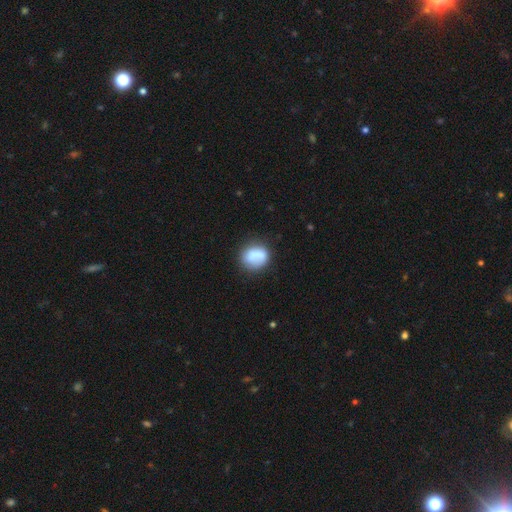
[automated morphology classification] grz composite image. It shows a smooth galaxy with no disk features (78%) that is round (61%). Merging: none (63%).